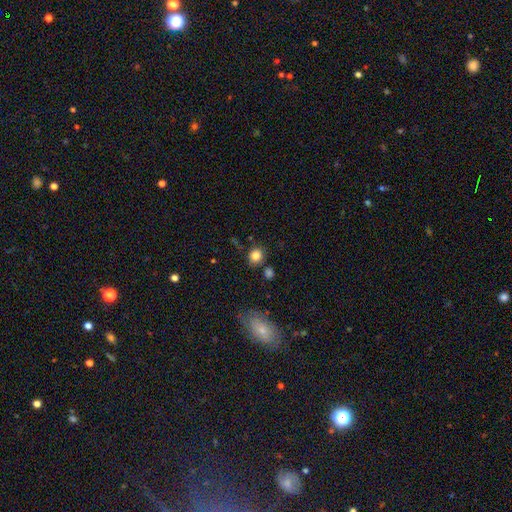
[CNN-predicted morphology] A smooth galaxy with no disk features (83%) that is round (83%). Merging: none (79%).